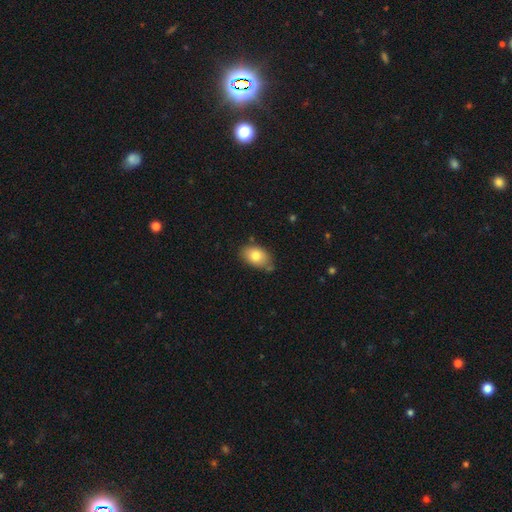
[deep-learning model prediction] Smooth or featured?
  - smooth: 80% *
  - featured or disk: 12%
  - star or artifact: 8%
How rounded?
  - in between: 88% *
  - round: 11%
  - cigar-shaped: 1%
Merging?
  - none: 69% *
  - minor disturbance: 23%
  - merger: 4%
  - major disturbance: 4%